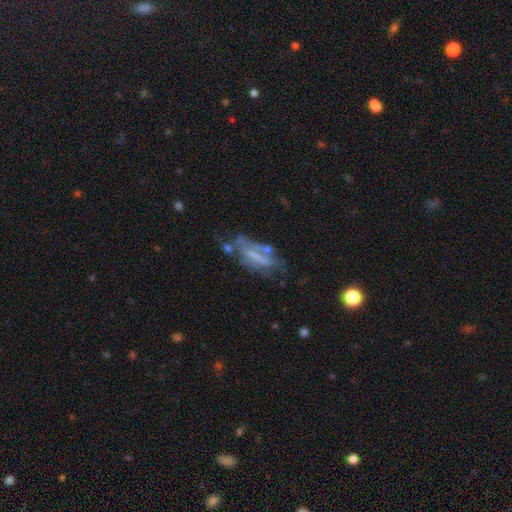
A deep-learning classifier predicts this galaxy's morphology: Smooth or featured? Predicted: featured or disk (p=0.57). Edge-on disk? Predicted: no (p=0.77). Merging? Predicted: none (p=0.35).